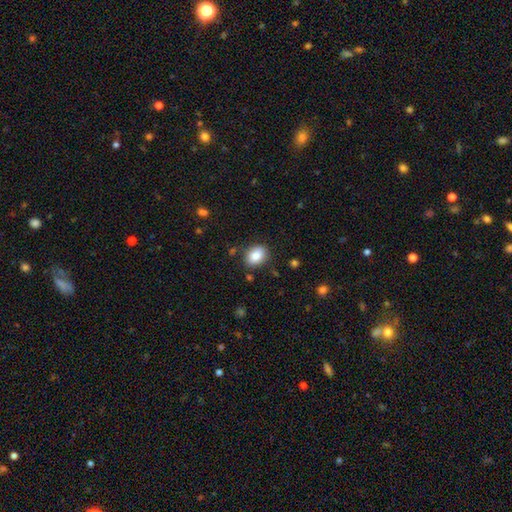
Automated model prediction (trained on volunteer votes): This is clearly a smooth galaxy (84%). How rounded: likely in between (64%). Merging: clearly none (84%).